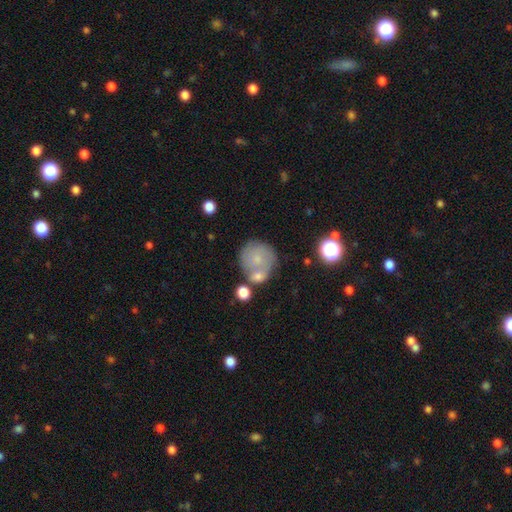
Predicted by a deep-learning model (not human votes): Smooth or featured?
  - smooth: 62% *
  - featured or disk: 28%
  - star or artifact: 10%
How rounded?
  - round: 89% *
  - in between: 10%
  - cigar-shaped: 1%
Merging?
  - none: 48% *
  - merger: 29%
  - minor disturbance: 16%
  - major disturbance: 7%